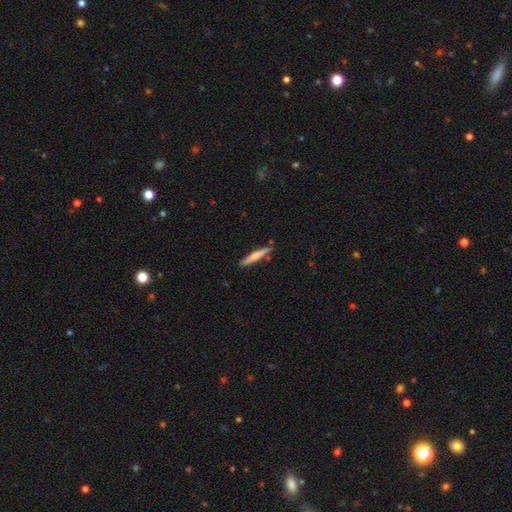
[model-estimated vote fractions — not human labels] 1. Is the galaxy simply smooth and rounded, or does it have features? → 59% smooth, 35% featured or disk, 5% star or artifact.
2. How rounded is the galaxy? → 94% cigar-shaped, 5% in between, 1% round.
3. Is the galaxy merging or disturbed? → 86% none, 9% minor disturbance, 3% merger, 2% major disturbance.